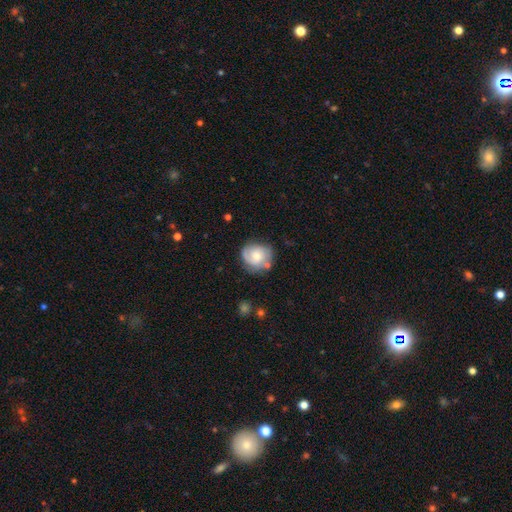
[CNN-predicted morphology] smooth-or-featured: featured or disk: 53% | smooth: 40% | star or artifact: 7%
  disk-edge-on: no: 97% | yes: 3%
    bar: no: 72% | weak: 24% | strong: 3%
    has-spiral-arms: yes: 82% | no: 18%
    bulge-size: moderate: 54% | small: 38% | large: 4% | none: 3% | dominant: 1%
  merging: none: 66% | minor disturbance: 22% | major disturbance: 7% | merger: 5%